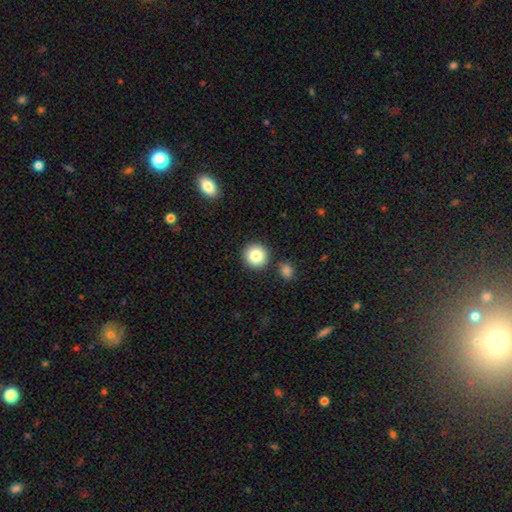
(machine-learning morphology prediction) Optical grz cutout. It shows a smooth galaxy with no disk features (83%) that is round (95%). Merging: none (87%).